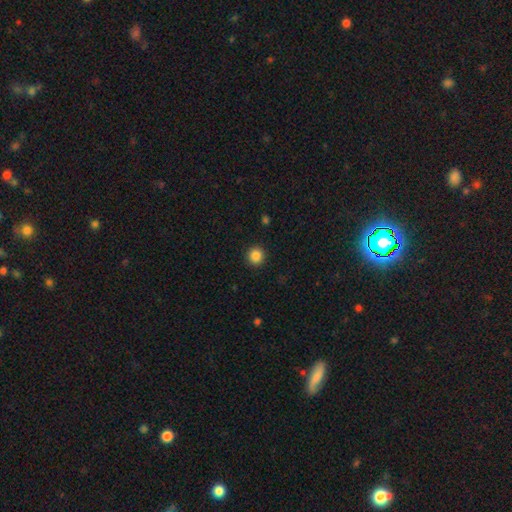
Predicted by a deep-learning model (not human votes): Q: Smooth or featured?
A: smooth (86%); runner-up: star or artifact (10%)
Q: How rounded?
A: round (93%); runner-up: in between (6%)
Q: Merging?
A: none (92%); runner-up: minor disturbance (5%)